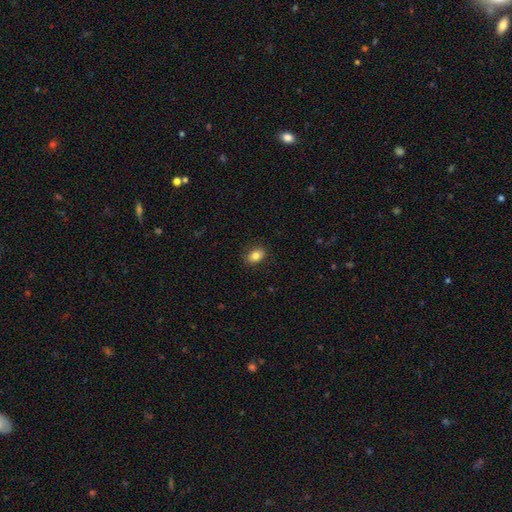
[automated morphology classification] Smooth or featured? smooth (83%)
How rounded? in between (81%)
Merging? none (88%)